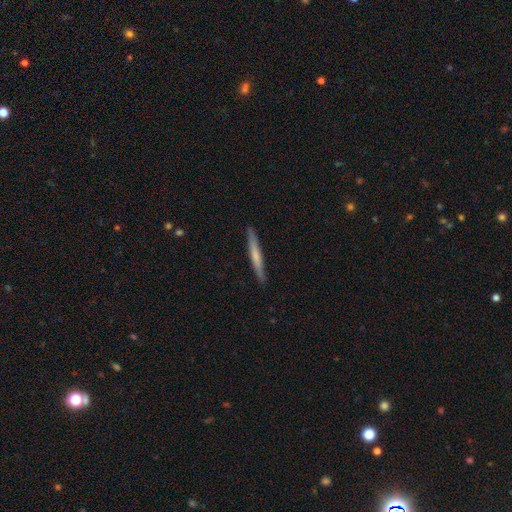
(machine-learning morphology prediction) smooth_or_featured: smooth (p=0.56) [alt: featured or disk p=0.39]
how_rounded: cigar-shaped (p=0.96) [alt: in between p=0.02]
merging: none (p=0.90) [alt: minor disturbance p=0.07]